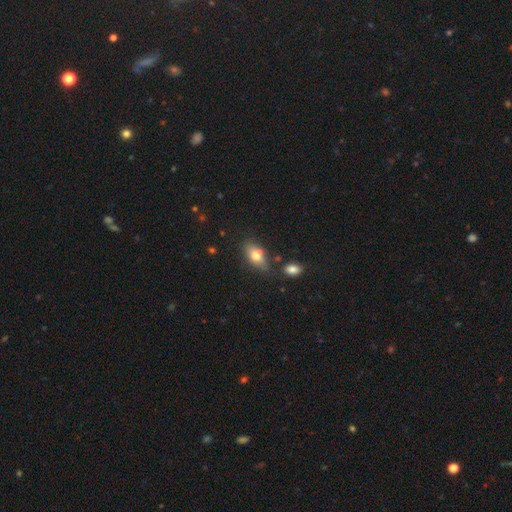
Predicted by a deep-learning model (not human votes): Morphology: type=smooth (68%); roundness=in between (83%); merging=none (64%).